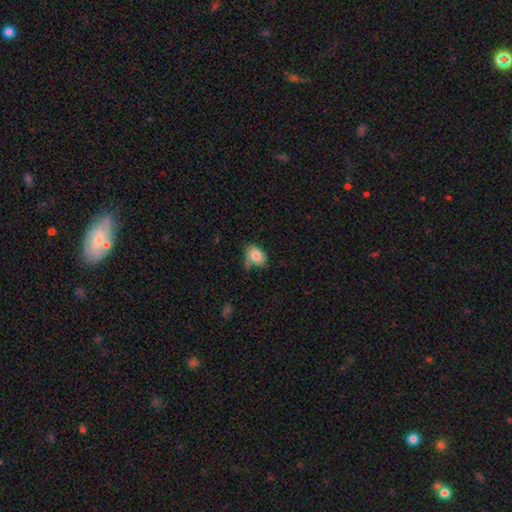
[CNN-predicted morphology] smooth-or-featured: smooth: 82% | featured or disk: 10% | star or artifact: 8%
  how-rounded: in between: 84% | round: 14% | cigar-shaped: 1%
  merging: none: 57% | minor disturbance: 24% | major disturbance: 10% | merger: 9%